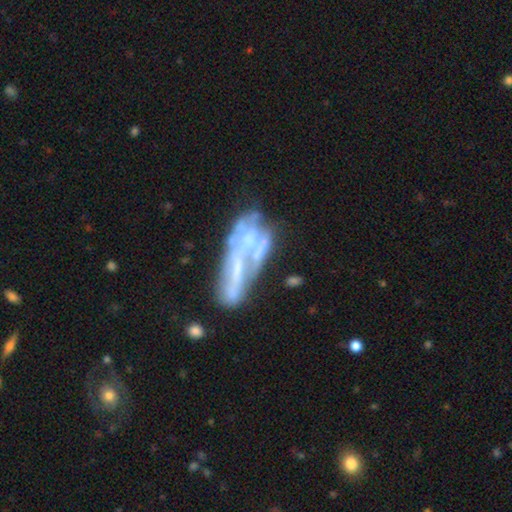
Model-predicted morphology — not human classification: type=featured or disk (65%); edge-on=no (90%); bar=no (68%); spiral arms=no (76%); bulge=none (44%); merging=none (30%).